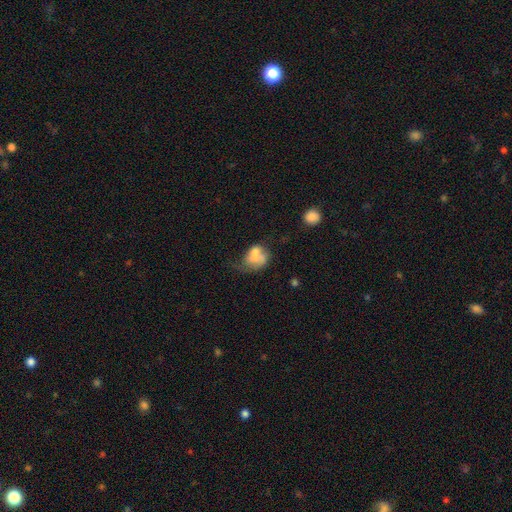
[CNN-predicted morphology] This is possibly a smooth galaxy (60%). How rounded: possibly in between (58%). Merging: marginally merger (44%).